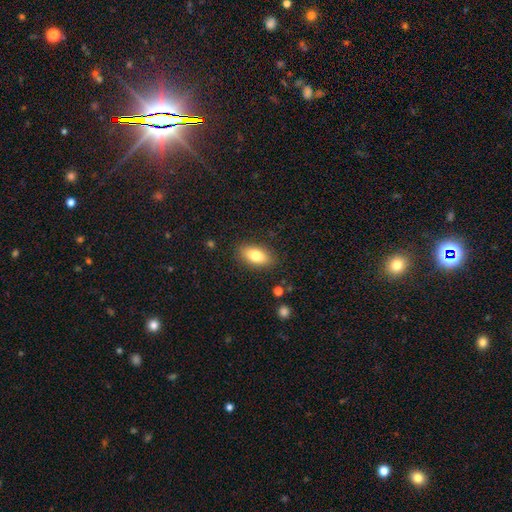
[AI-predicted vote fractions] The model was most divided on "smooth or featured": smooth: 80%, featured or disk: 13%, star or artifact: 7%. More confident: how rounded — in between (88%); merging — none (86%).